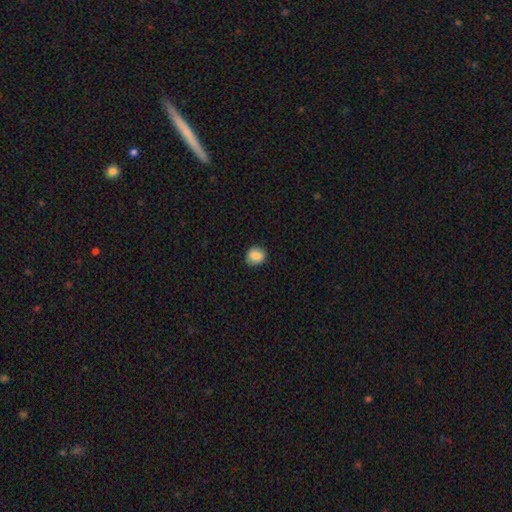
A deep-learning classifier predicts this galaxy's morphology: Smooth or featured? smooth (83%)
How rounded? round (72%)
Merging? none (85%)